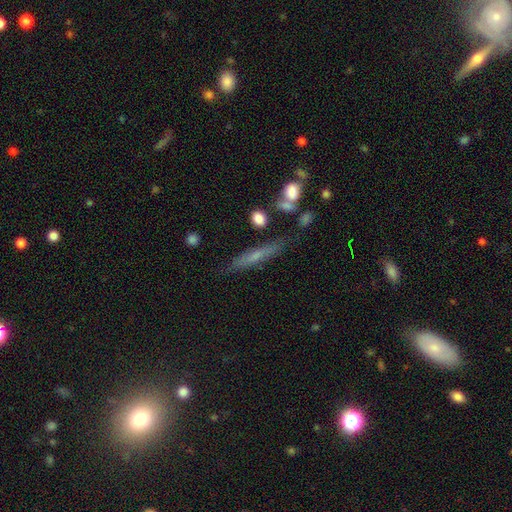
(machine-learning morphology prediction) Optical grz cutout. It shows a smooth galaxy with no disk features (47%). Merging: none (77%).